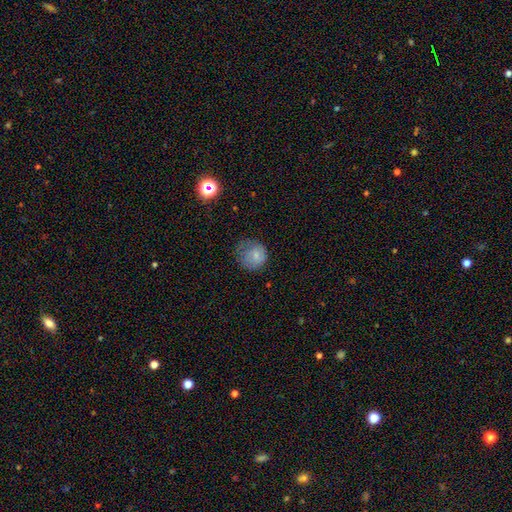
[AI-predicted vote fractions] smooth_or_featured: smooth (p=0.73) [alt: featured or disk p=0.18]
how_rounded: round (p=0.81) [alt: in between p=0.18]
merging: none (p=0.48) [alt: minor disturbance p=0.31]